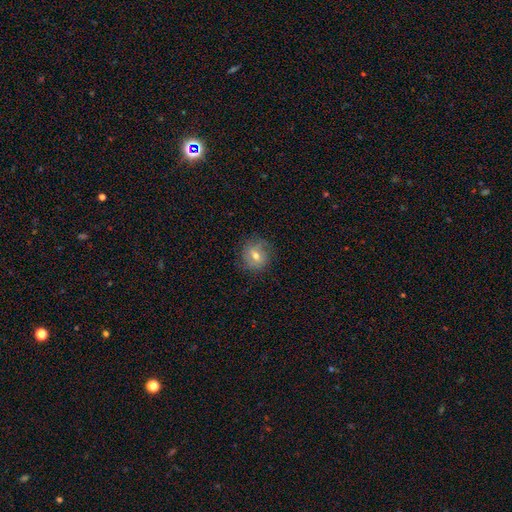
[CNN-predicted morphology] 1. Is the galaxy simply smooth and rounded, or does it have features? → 54% smooth, 35% featured or disk, 10% star or artifact.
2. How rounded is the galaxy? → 84% round, 15% in between, 1% cigar-shaped.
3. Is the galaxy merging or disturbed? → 80% none, 14% minor disturbance, 5% major disturbance, 1% merger.